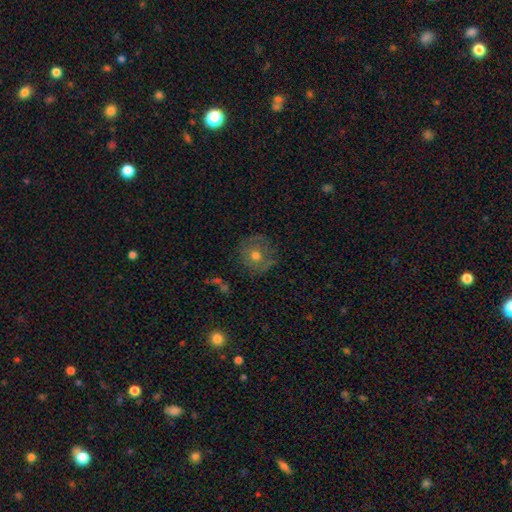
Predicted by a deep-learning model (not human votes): Q: Smooth or featured?
A: smooth (55%); runner-up: featured or disk (33%)
Q: How rounded?
A: round (92%); runner-up: in between (7%)
Q: Merging?
A: none (78%); runner-up: minor disturbance (15%)